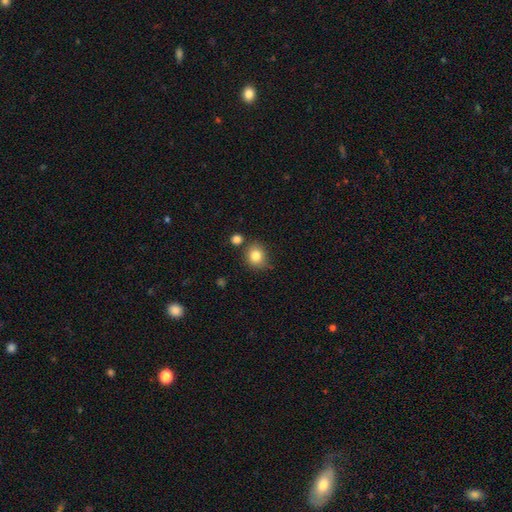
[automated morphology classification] Overall: smooth (83%). How rounded: round (78%). Merging: none (75%).